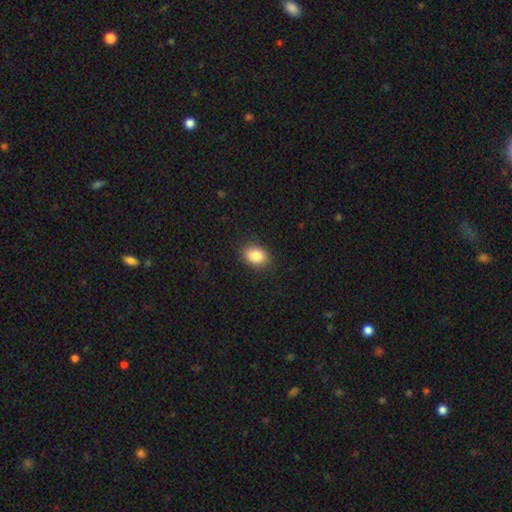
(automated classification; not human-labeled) A smooth galaxy with no disk features (85%) that is in between round and cigar-shaped (70%). Merging: none (88%).